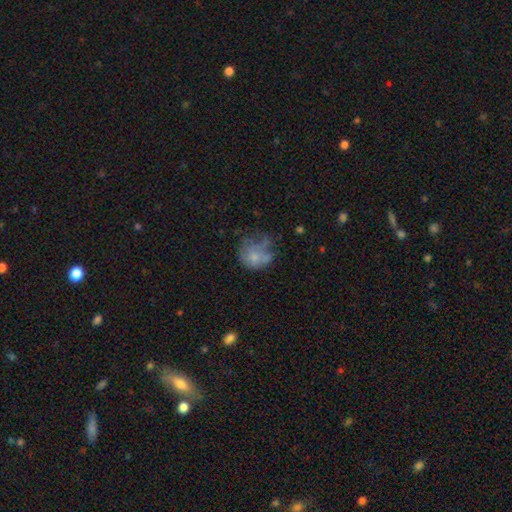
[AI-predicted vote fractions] Q: Smooth or featured?
A: smooth (60%); runner-up: featured or disk (29%)
Q: How rounded?
A: round (67%); runner-up: in between (32%)
Q: Merging?
A: none (35%); runner-up: major disturbance (30%)